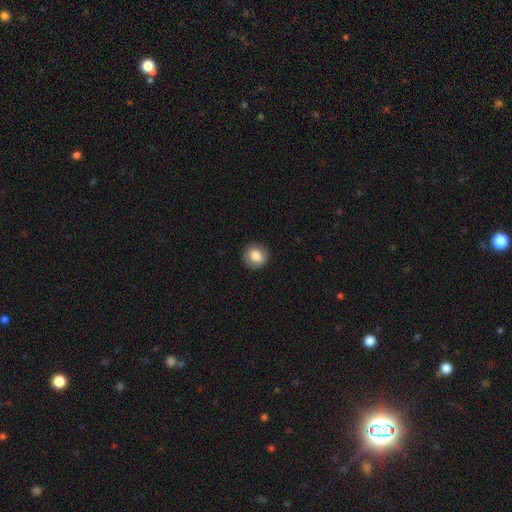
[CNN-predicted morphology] smooth-or-featured: smooth: 83% | featured or disk: 9% | star or artifact: 8%
  how-rounded: round: 85% | in between: 14% | cigar-shaped: 1%
  merging: none: 91% | minor disturbance: 6% | major disturbance: 2% | merger: 1%